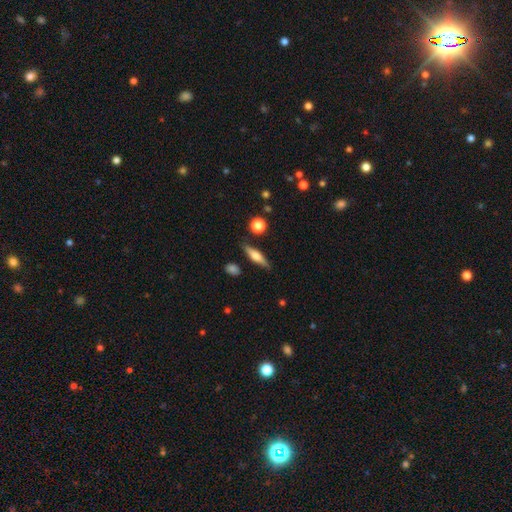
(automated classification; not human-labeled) Smooth or featured?
  - featured or disk: 53% *
  - smooth: 40%
  - star or artifact: 7%
Edge-on disk?
  - yes: 94% *
  - no: 6%
Merging?
  - none: 84% *
  - minor disturbance: 11%
  - merger: 3%
  - major disturbance: 3%